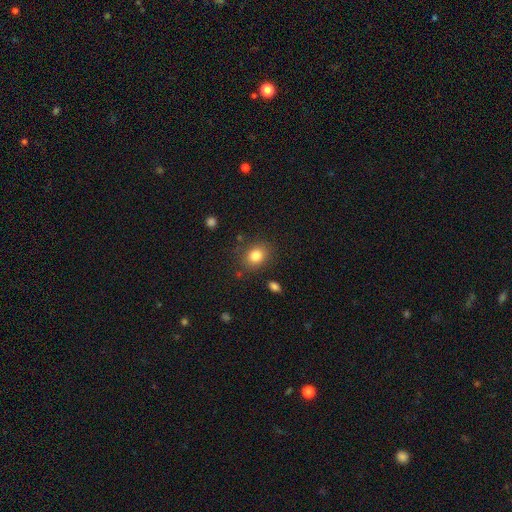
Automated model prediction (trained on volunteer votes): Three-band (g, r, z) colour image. It shows a smooth galaxy with no disk features (83%) that is round (60%). Merging: none (82%).